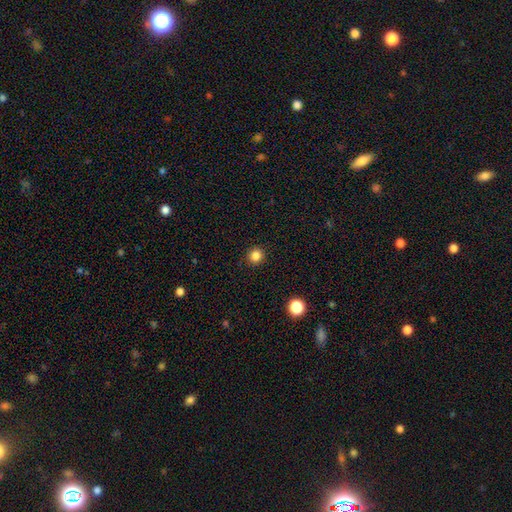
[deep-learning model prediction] Q: Smooth or featured?
A: smooth (84%); runner-up: star or artifact (12%)
Q: How rounded?
A: round (91%); runner-up: in between (8%)
Q: Merging?
A: none (91%); runner-up: minor disturbance (6%)